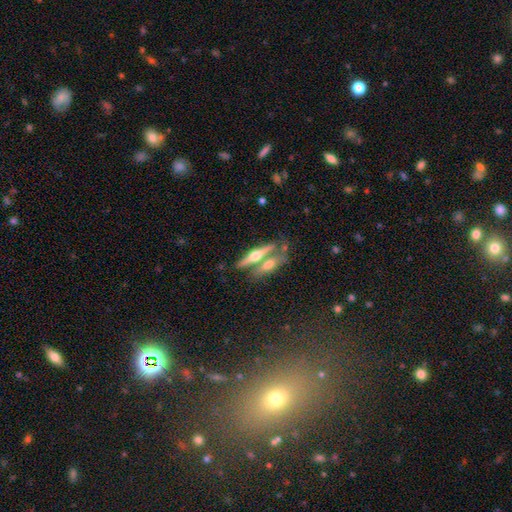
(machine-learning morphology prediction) Smooth or featured? Predicted: featured or disk (p=0.69). Edge-on disk? Predicted: yes (p=0.94). Edge-on bulge? Predicted: rounded (p=0.94). Merging? Predicted: none (p=0.53).